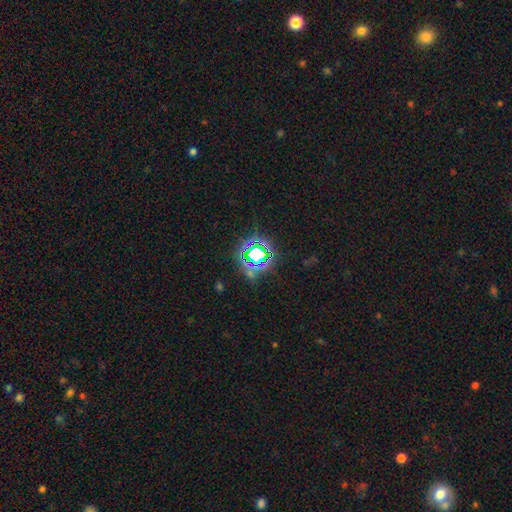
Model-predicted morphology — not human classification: This is likely a star or artifact rather than a galaxy (70%).